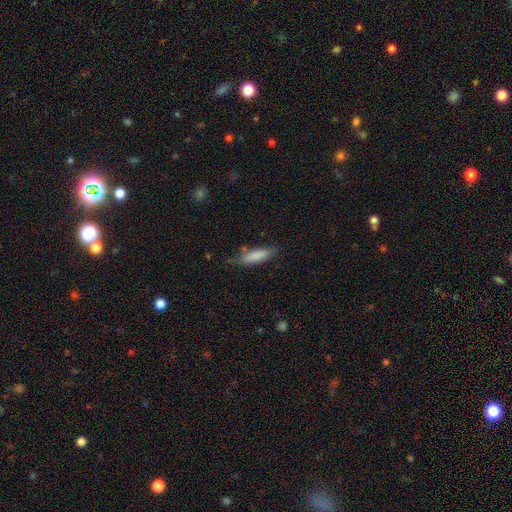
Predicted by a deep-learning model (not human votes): This is clearly a smooth galaxy (82%). How rounded: likely cigar-shaped (63%). Merging: likely none (68%).